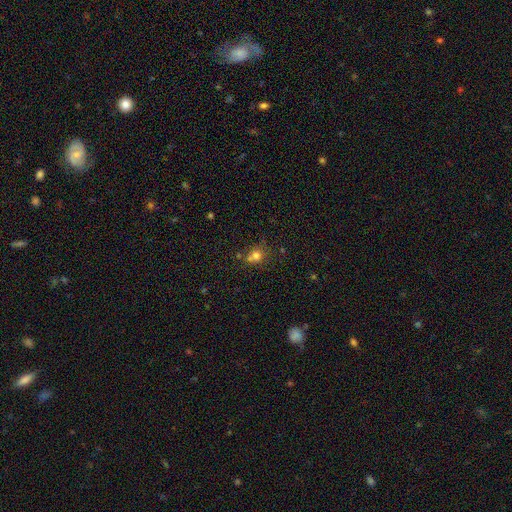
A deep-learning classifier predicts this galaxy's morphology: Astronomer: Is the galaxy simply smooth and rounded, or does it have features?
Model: smooth — 74%.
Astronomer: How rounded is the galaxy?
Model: round — 77%.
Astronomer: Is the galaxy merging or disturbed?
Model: none — 50% (runner-up: merger, 31%).